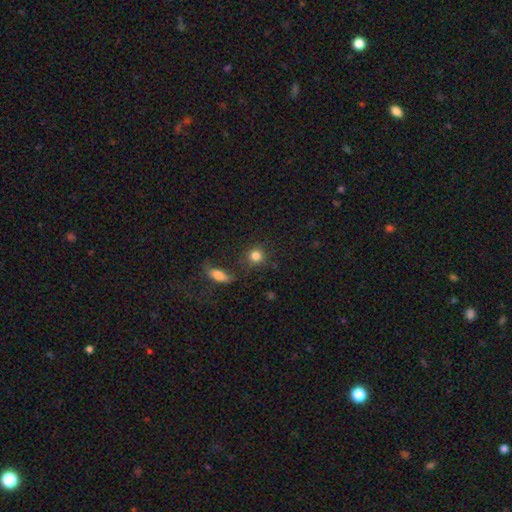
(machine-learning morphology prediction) Overall: smooth (83%). How rounded: round (88%). Merging: none (74%).